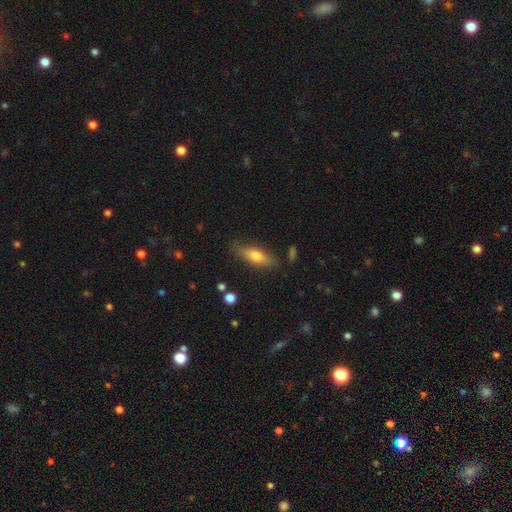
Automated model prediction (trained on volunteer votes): smooth_or_featured: smooth (p=0.69) [alt: featured or disk p=0.24]
how_rounded: in between (p=0.60) [alt: cigar-shaped p=0.37]
merging: none (p=0.80) [alt: minor disturbance p=0.15]